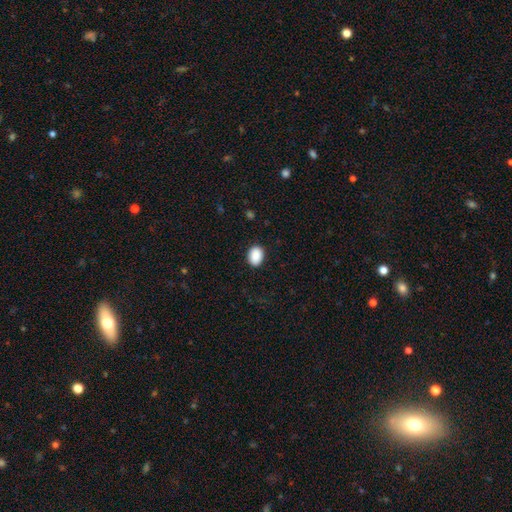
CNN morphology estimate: Smooth or featured?
  - smooth: 91% *
  - star or artifact: 7%
  - featured or disk: 2%
How rounded?
  - in between: 74% *
  - round: 25%
  - cigar-shaped: 1%
Merging?
  - none: 89% *
  - minor disturbance: 8%
  - major disturbance: 2%
  - merger: 1%